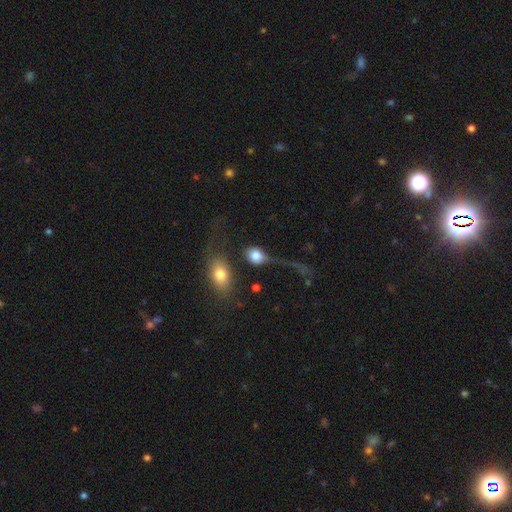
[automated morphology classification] Overall: smooth (69%). How rounded: in between (48%, tied with round). Merging: major disturbance (34%; none 32%).